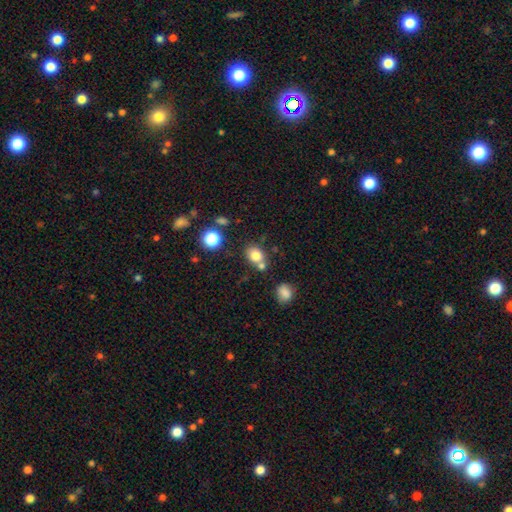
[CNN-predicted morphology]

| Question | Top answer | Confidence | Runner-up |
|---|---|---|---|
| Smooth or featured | smooth | 78% | star or artifact (13%) |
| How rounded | in between | 50% | round (49%) |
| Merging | none | 59% | merger (25%) |